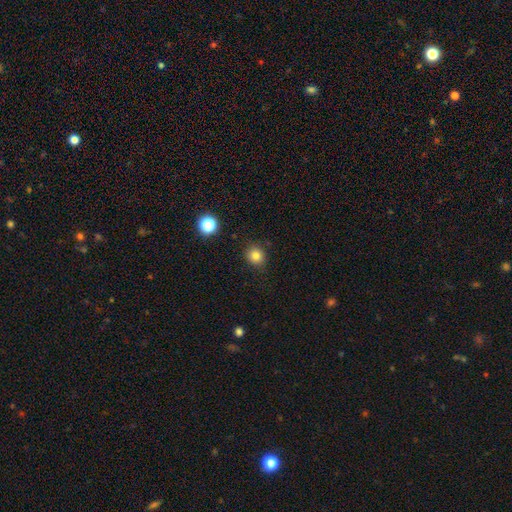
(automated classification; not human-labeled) Morphology: type=smooth (81%); roundness=round (85%); merging=none (88%).